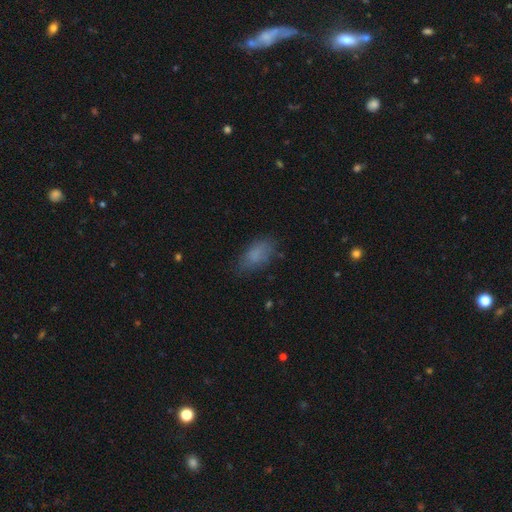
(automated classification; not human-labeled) The model was most divided on "merging": none: 69%, minor disturbance: 22%, major disturbance: 8%, merger: 2%. More confident: how rounded — in between (90%); smooth or featured — smooth (80%).